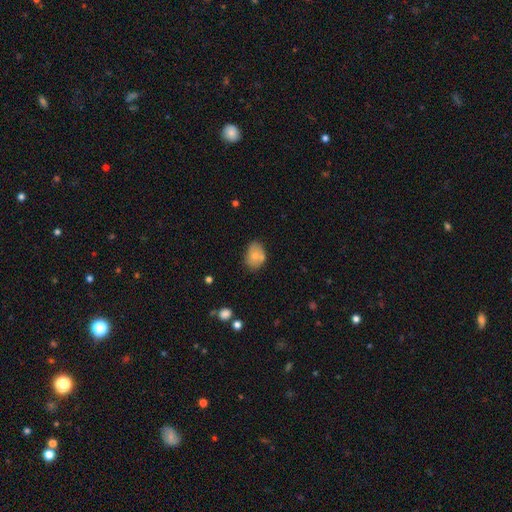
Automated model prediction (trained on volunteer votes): Morphology: type=smooth (73%); roundness=in between (71%); merging=none (56%).